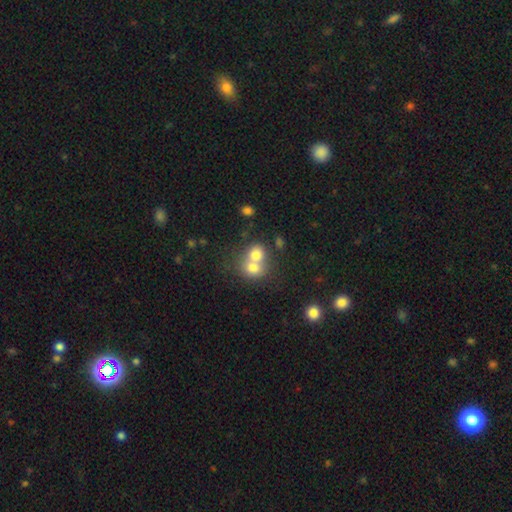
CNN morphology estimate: A smooth galaxy with no disk features (72%) that is round (69%). Merging: merger (70%).